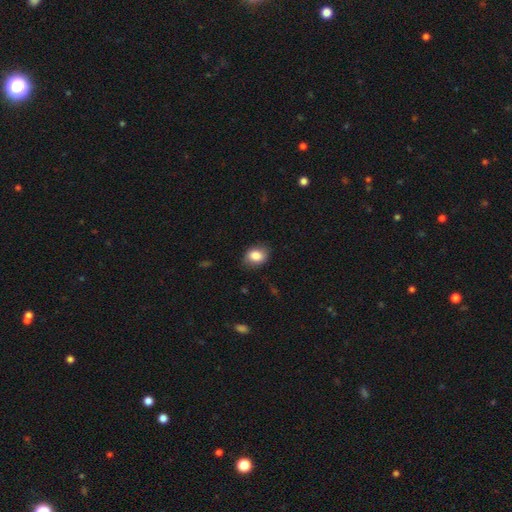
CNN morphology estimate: Smooth or featured? Predicted: smooth (p=0.83). How rounded? Predicted: in between (p=0.63). Merging? Predicted: none (p=0.77).